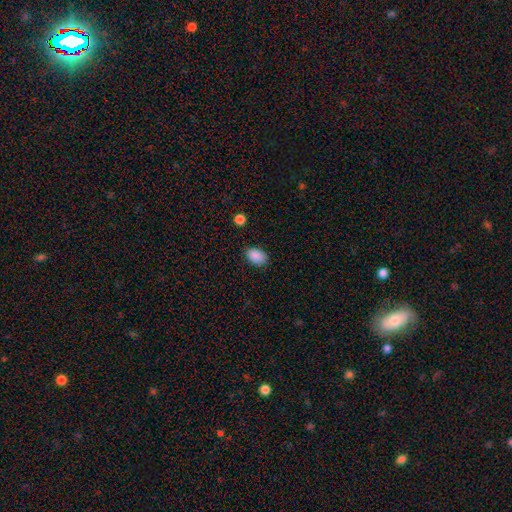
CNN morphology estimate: This is clearly a smooth galaxy (88%). How rounded: clearly in between (86%). Merging: clearly none (82%).